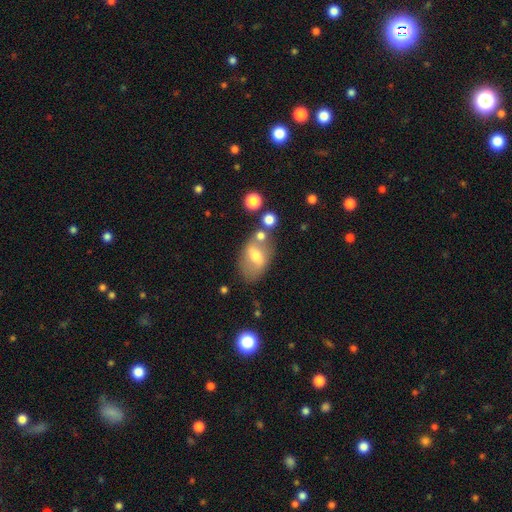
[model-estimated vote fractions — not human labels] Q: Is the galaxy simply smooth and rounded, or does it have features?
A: smooth — 54%.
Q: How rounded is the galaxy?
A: in between — 85%.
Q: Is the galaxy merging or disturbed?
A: none — 56%.